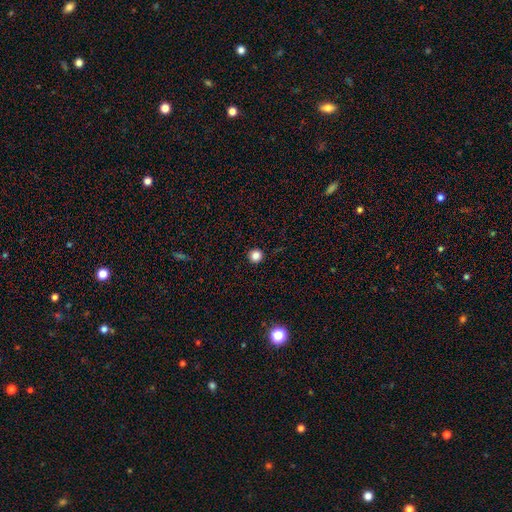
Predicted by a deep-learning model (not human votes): smooth-or-featured: smooth: 85% | star or artifact: 12% | featured or disk: 3%
  how-rounded: round: 96% | in between: 3% | cigar-shaped: 1%
  merging: none: 93% | minor disturbance: 4% | major disturbance: 2% | merger: 1%